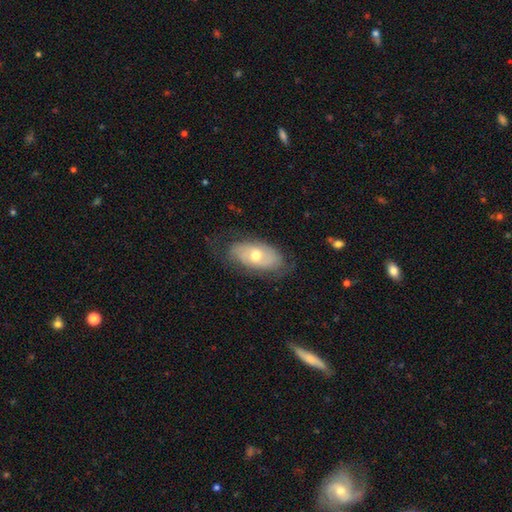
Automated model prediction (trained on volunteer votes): A featured or disk galaxy (51%). Merging: none (67%).